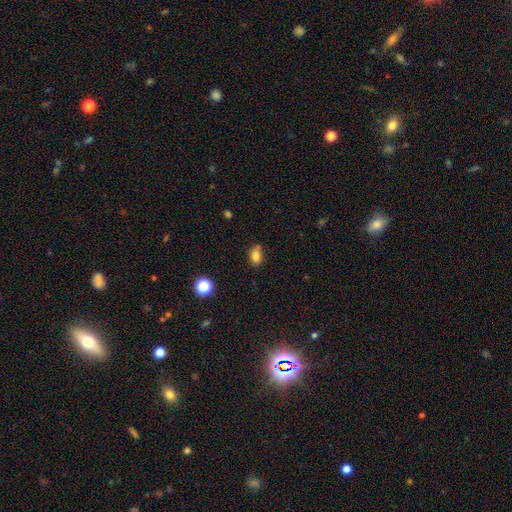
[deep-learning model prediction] Smooth or featured? Predicted: smooth (p=0.82). How rounded? Predicted: in between (p=0.72). Merging? Predicted: none (p=0.73).